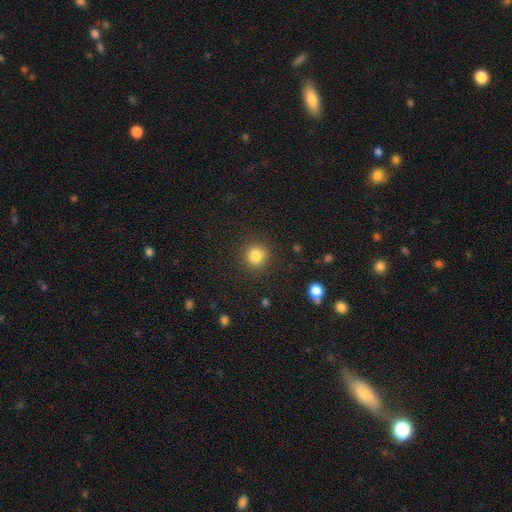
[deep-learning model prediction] Morphology: type=smooth (84%); roundness=round (90%); merging=none (89%).